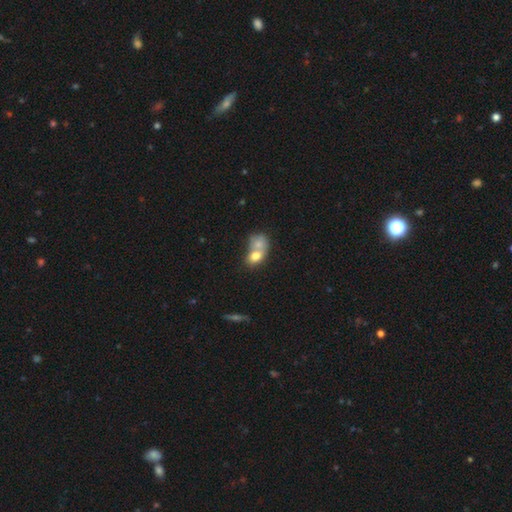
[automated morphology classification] This appears to be a smooth galaxy with no disk features (71%) that is in between round and cigar-shaped (64%). Merging: merger (71%).